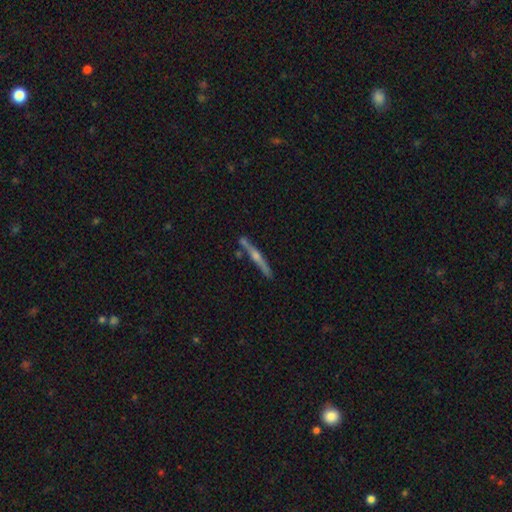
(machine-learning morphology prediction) This appears to be a featured or disk galaxy (73%) viewed edge-on (97%) with a rounded central bulge (83%). Merging: none (81%).